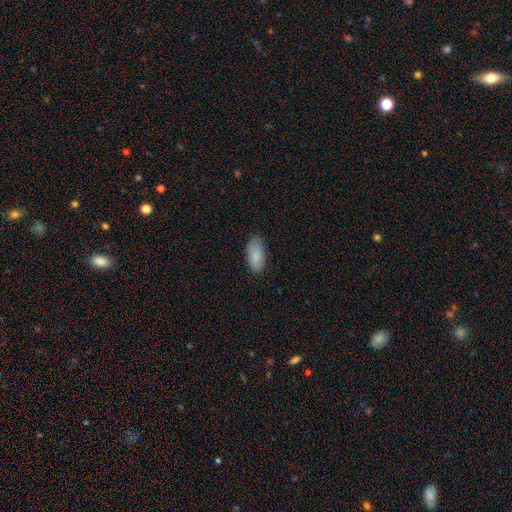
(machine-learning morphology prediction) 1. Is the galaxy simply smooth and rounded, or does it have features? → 88% smooth, 6% star or artifact, 6% featured or disk.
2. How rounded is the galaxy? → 89% in between, 9% cigar-shaped, 2% round.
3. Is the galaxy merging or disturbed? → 80% none, 17% minor disturbance, 3% major disturbance, 1% merger.